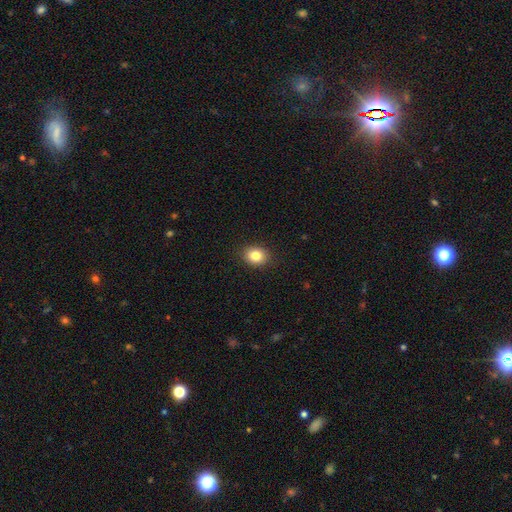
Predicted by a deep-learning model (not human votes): This appears to be a smooth galaxy with no disk features (83%) that is round (54%). Merging: none (89%).